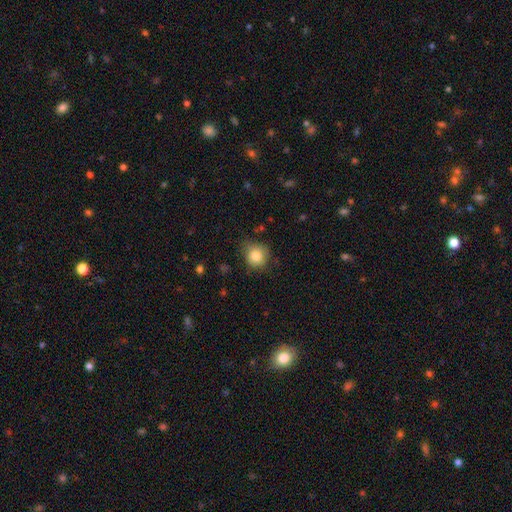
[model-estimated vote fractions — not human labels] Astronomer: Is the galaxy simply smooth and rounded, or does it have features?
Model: smooth — 83%.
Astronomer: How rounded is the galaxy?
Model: round — 84%.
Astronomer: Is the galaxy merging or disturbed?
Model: none — 69%.